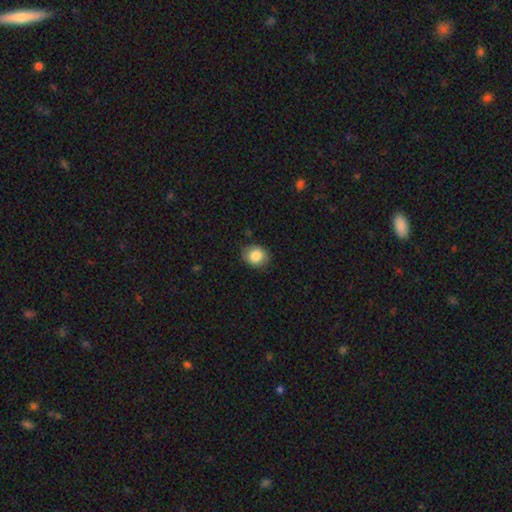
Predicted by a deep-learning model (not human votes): smooth_or_featured: smooth (p=0.86) [alt: star or artifact p=0.09]
how_rounded: round (p=0.74) [alt: in between p=0.25]
merging: none (p=0.84) [alt: minor disturbance p=0.13]